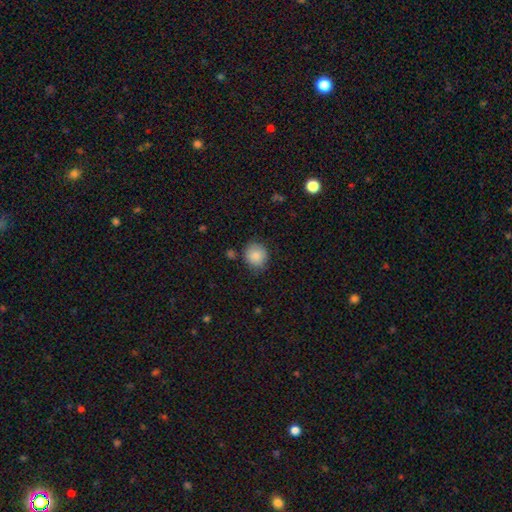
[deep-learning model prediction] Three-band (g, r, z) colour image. It shows a smooth galaxy with no disk features (86%) that is round (85%). Merging: none (80%).